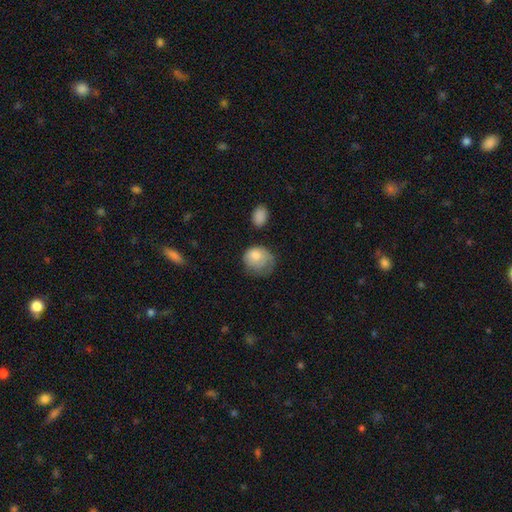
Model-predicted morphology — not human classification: Overall: smooth (75%). How rounded: round (66%; in between 33%). Merging: none (37%; minor disturbance 35%).